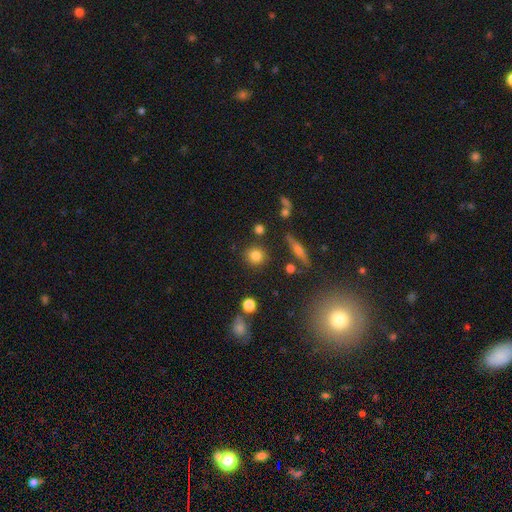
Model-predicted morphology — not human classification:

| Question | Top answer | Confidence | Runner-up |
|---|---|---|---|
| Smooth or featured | smooth | 81% | star or artifact (12%) |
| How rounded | round | 87% | in between (11%) |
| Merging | none | 84% | minor disturbance (9%) |